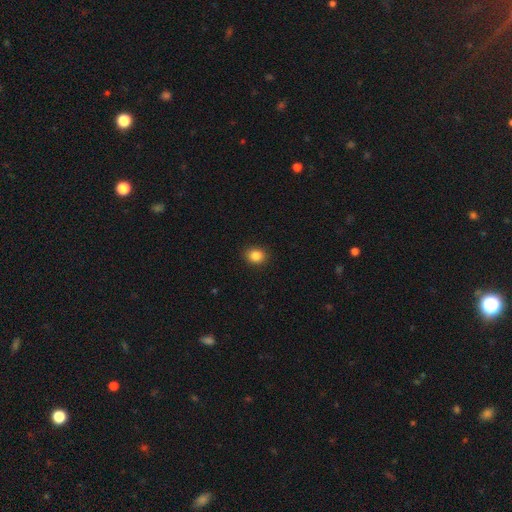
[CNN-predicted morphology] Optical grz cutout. It shows a smooth galaxy with no disk features (86%) that is round (59%). Merging: none (90%).